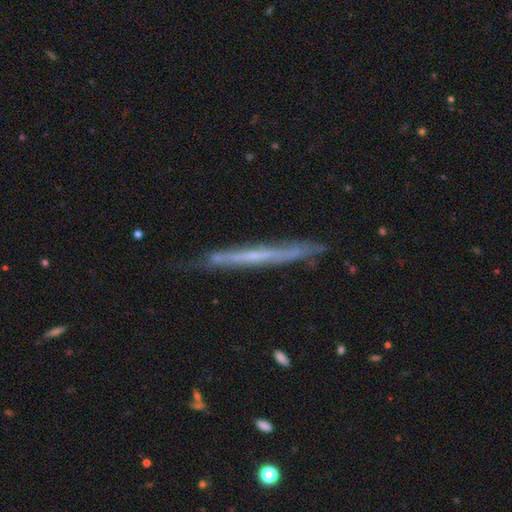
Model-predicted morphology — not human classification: A featured or disk galaxy (61%) viewed edge-on (93%) with no central bulge (86%). Merging: none (76%).